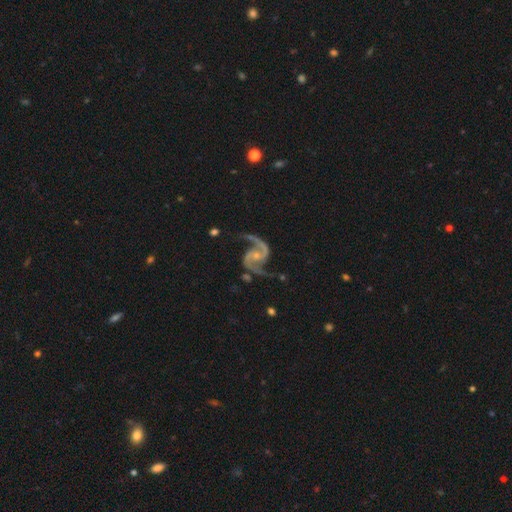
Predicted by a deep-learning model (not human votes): smooth_or_featured: featured or disk (p=0.94) [alt: star or artifact p=0.04]
disk_edge_on: no (p=0.98) [alt: yes p=0.02]
bar: no (p=0.57) [alt: weak p=0.32]
has_spiral_arms: yes (p=0.98) [alt: no p=0.02]
spiral_winding: medium (p=0.50) [alt: loose p=0.40]
spiral_arm_count: 2 (p=0.94) [alt: 3 p=0.01]
bulge_size: small (p=0.63) [alt: moderate p=0.28]
merging: none (p=0.72) [alt: minor disturbance p=0.17]